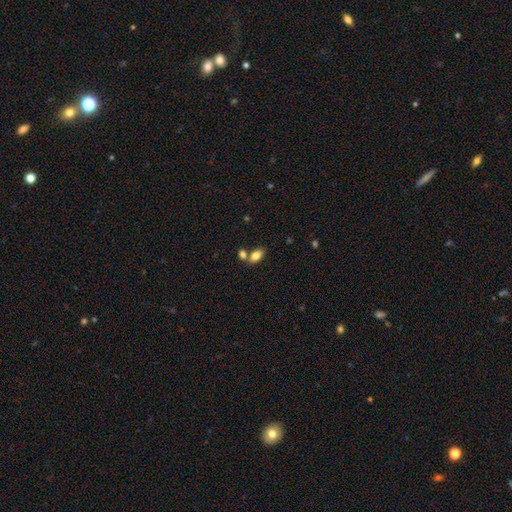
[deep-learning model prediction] A smooth galaxy with no disk features (81%) that is in between round and cigar-shaped (91%).

Vote fractions:
- Smooth or featured? smooth: 81% / featured or disk: 11% / star or artifact: 8%
- How rounded? in between: 91% / round: 7% / cigar-shaped: 3%
- Merging? none: 56% / merger: 31% / minor disturbance: 11% / major disturbance: 3%